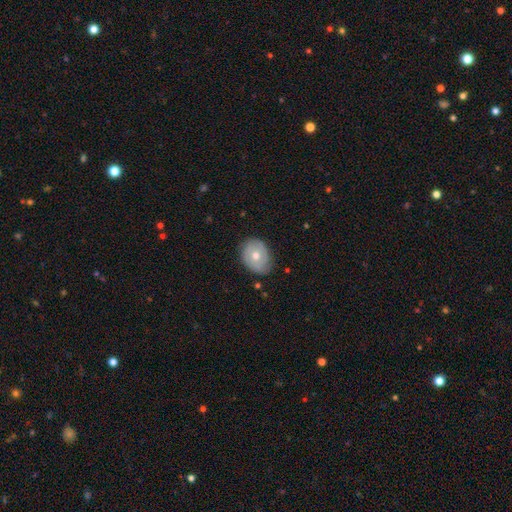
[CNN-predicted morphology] smooth-or-featured: featured or disk: 50% | smooth: 42% | star or artifact: 8%
  merging: none: 78% | minor disturbance: 17% | major disturbance: 3% | merger: 1%